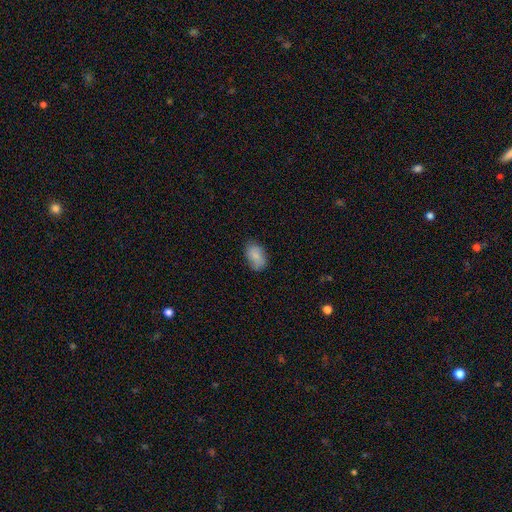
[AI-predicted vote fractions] A smooth galaxy with no disk features (78%) that is in between round and cigar-shaped (88%).

Vote fractions:
- Smooth or featured? smooth: 78% / featured or disk: 15% / star or artifact: 7%
- How rounded? in between: 88% / round: 10% / cigar-shaped: 1%
- Merging? none: 77% / minor disturbance: 18% / major disturbance: 4% / merger: 1%